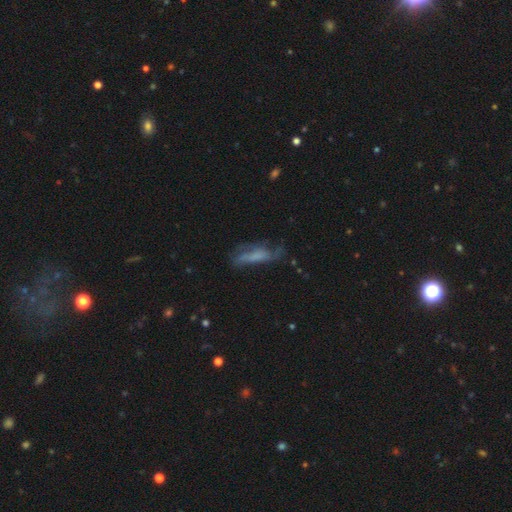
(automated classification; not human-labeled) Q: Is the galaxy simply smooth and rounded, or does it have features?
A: featured or disk — 44%, tied with smooth.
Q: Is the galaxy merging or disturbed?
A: none — 44%.